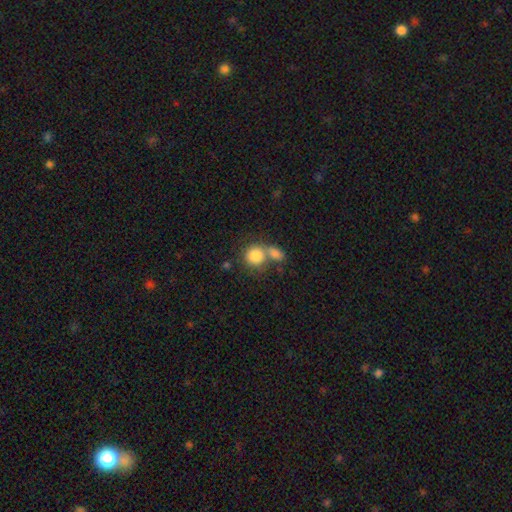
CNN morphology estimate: This appears to be a smooth galaxy with no disk features (83%) that is round (80%). Merging: merger (52%).